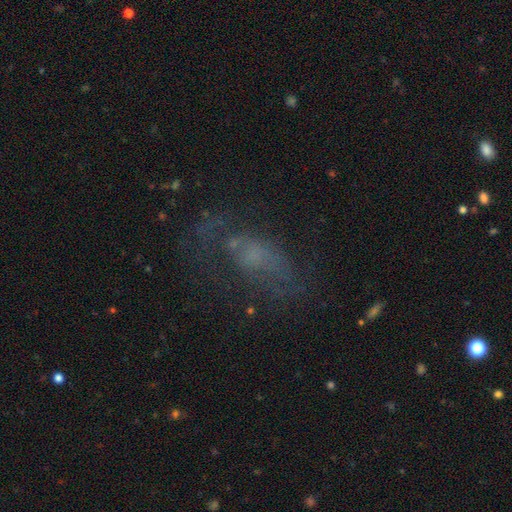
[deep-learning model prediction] A featured or disk galaxy (45%).

Vote fractions:
- Smooth or featured? featured or disk: 45% / smooth: 36% / star or artifact: 20%
- Merging? none: 45% / major disturbance: 31% / minor disturbance: 20% / merger: 4%